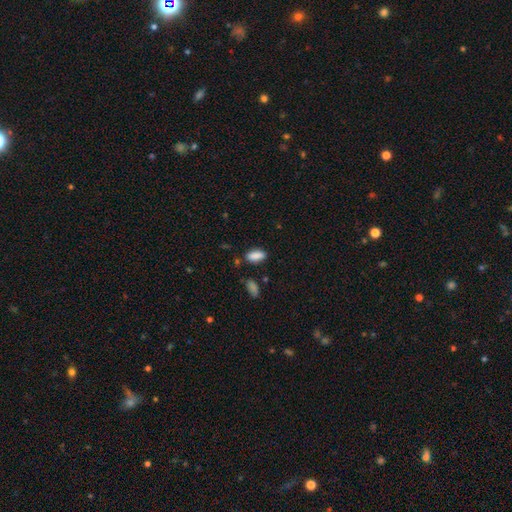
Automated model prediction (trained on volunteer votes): smooth 88%, star or artifact 7%, featured or disk 5%. Down the decision tree: how rounded — in between (85%); merging — none (80%).